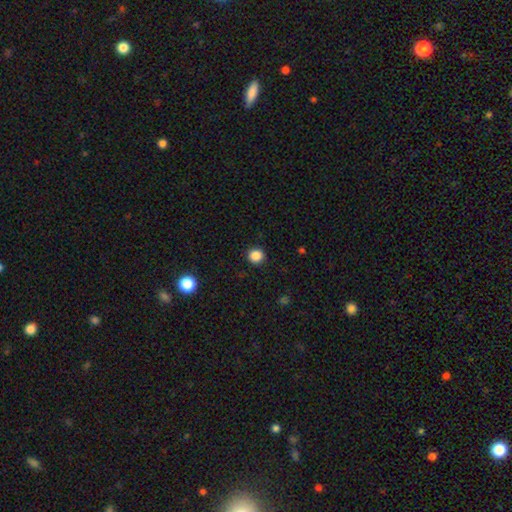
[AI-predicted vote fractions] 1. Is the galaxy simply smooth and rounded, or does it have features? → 86% smooth, 11% star or artifact, 3% featured or disk.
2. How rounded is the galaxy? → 93% round, 6% in between, 1% cigar-shaped.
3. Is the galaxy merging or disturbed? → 92% none, 5% minor disturbance, 2% major disturbance, 1% merger.